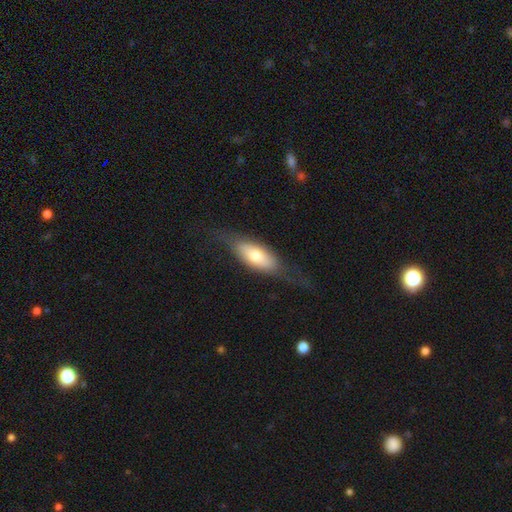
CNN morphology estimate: Overall: smooth (57%; featured or disk 37%). How rounded: in between (72%). Merging: none (63%).